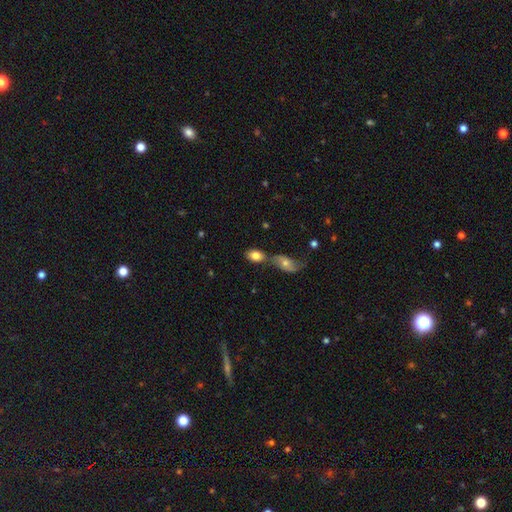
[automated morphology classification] Q: Smooth or featured?
A: smooth (80%); runner-up: featured or disk (13%)
Q: How rounded?
A: in between (88%); runner-up: round (10%)
Q: Merging?
A: merger (45%); runner-up: none (39%)